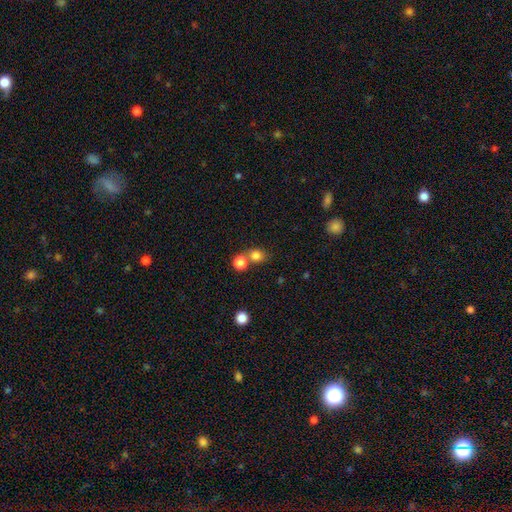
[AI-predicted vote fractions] Smooth or featured?
  - smooth: 81% *
  - star or artifact: 12%
  - featured or disk: 7%
How rounded?
  - round: 73% *
  - in between: 26%
  - cigar-shaped: 1%
Merging?
  - none: 53% *
  - merger: 35%
  - minor disturbance: 8%
  - major disturbance: 3%